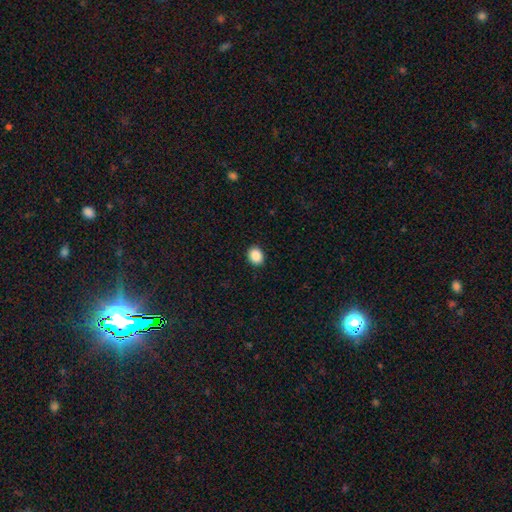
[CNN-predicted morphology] Smooth or featured?
  - smooth: 89% *
  - star or artifact: 8%
  - featured or disk: 3%
How rounded?
  - round: 52% *
  - in between: 47%
  - cigar-shaped: 1%
Merging?
  - none: 91% *
  - minor disturbance: 6%
  - major disturbance: 2%
  - merger: 1%